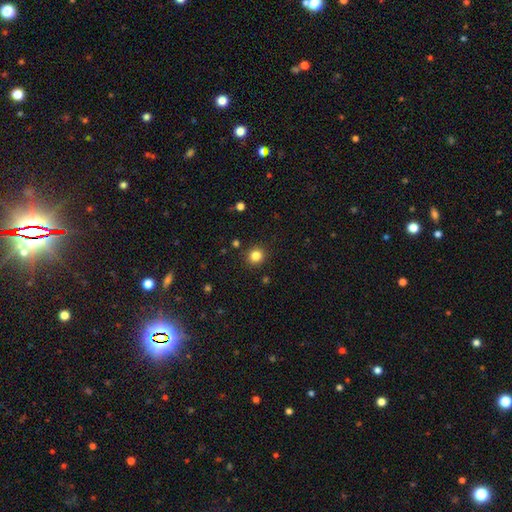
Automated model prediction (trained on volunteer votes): This is clearly a smooth galaxy (83%). How rounded: clearly round (91%). Merging: clearly none (91%).